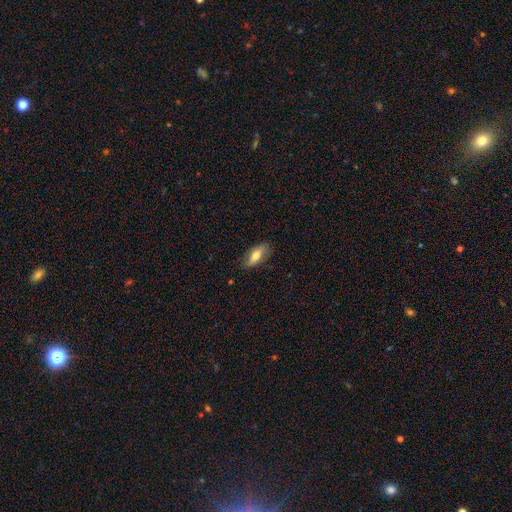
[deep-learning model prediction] Smooth or featured?
  - smooth: 63% *
  - featured or disk: 30%
  - star or artifact: 7%
How rounded?
  - in between: 77% *
  - cigar-shaped: 20%
  - round: 4%
Merging?
  - none: 79% *
  - minor disturbance: 17%
  - major disturbance: 3%
  - merger: 1%